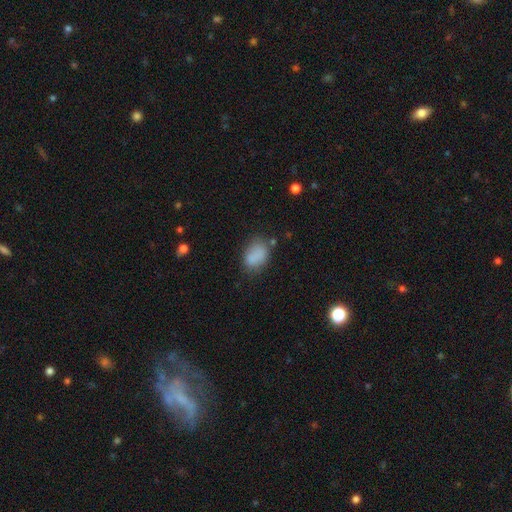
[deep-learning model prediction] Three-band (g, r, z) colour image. It shows a smooth galaxy with no disk features (82%) that is in between round and cigar-shaped (81%). Merging: none (62%).